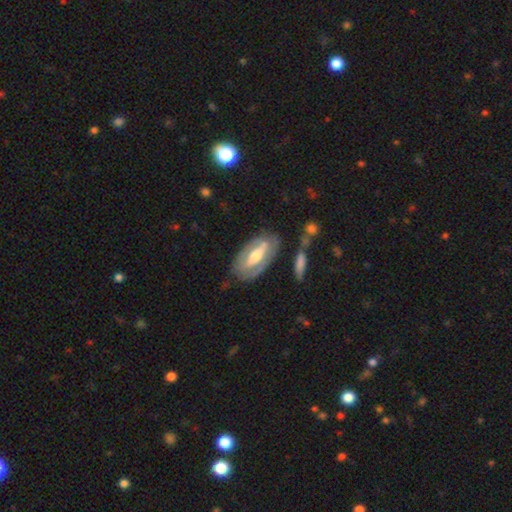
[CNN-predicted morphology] Smooth or featured? featured or disk (66%)
Edge-on disk? no (83%)
Bar? strong (51%)
Spiral arms? no (56%)
Bulge size? moderate (65%)
Merging? none (72%)